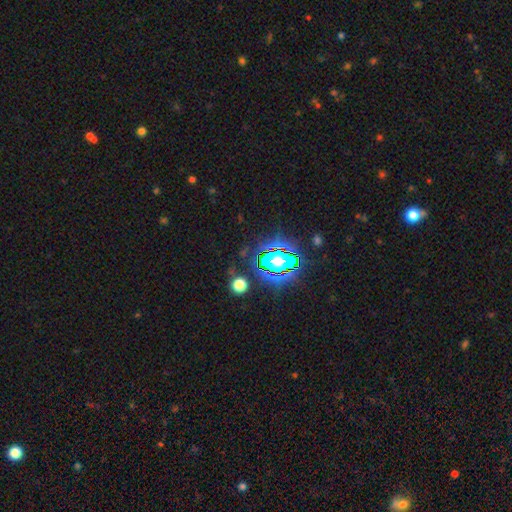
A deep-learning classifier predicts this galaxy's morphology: The model was most divided on "smooth or featured": star or artifact: 81%, smooth: 12%, featured or disk: 7%.